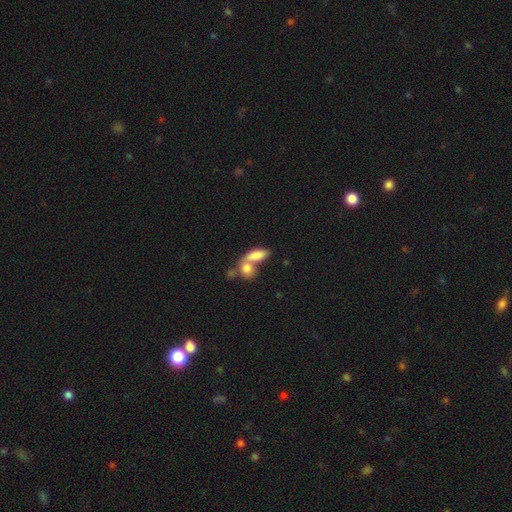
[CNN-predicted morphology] A smooth galaxy with no disk features (79%) that is in between round and cigar-shaped (80%).

Vote fractions:
- Smooth or featured? smooth: 79% / featured or disk: 13% / star or artifact: 7%
- How rounded? in between: 80% / cigar-shaped: 13% / round: 7%
- Merging? merger: 59% / none: 28% / minor disturbance: 9% / major disturbance: 5%